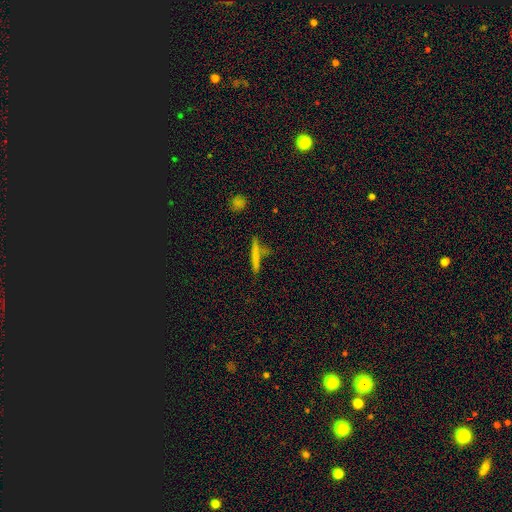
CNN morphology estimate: This is likely a smooth galaxy (67%). How rounded: clearly cigar-shaped (93%). Merging: likely none (78%).